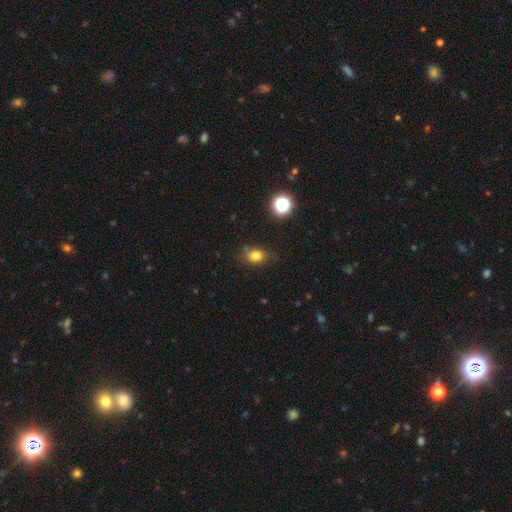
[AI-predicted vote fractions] This is likely a smooth galaxy (79%). How rounded: likely in between (60%). Merging: likely none (74%).